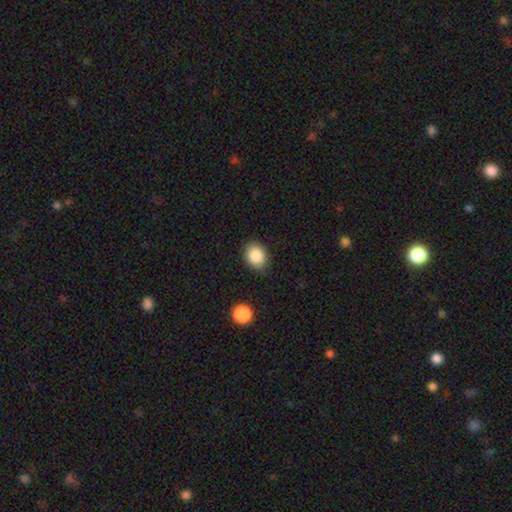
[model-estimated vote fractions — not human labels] Smooth or featured? Predicted: smooth (p=0.87). How rounded? Predicted: in between (p=0.50). Merging? Predicted: none (p=0.86).